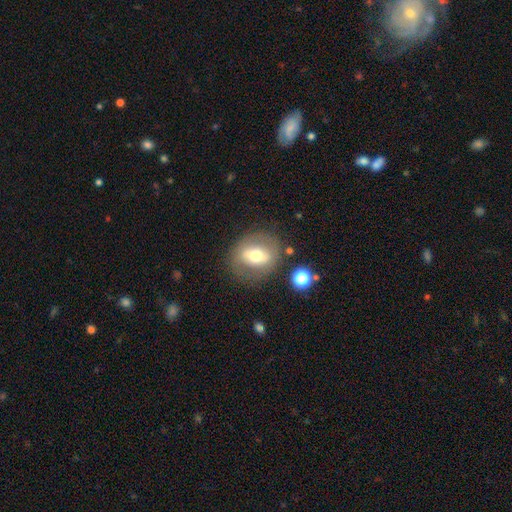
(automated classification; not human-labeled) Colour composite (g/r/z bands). It shows a smooth galaxy with no disk features (51%) that is round (55%). Merging: none (76%).